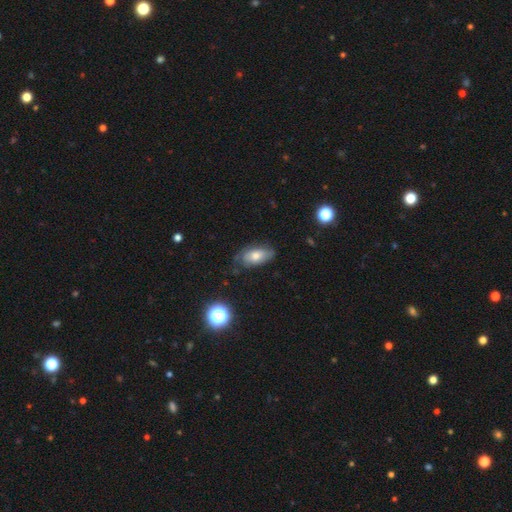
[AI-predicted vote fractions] This appears to be a smooth galaxy with no disk features (60%) that is in between round and cigar-shaped (88%). Merging: none (61%).